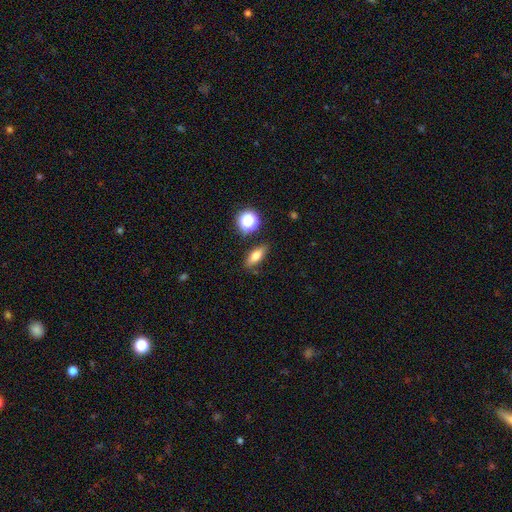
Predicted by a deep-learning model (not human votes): A smooth galaxy with no disk features (72%) that is in between round and cigar-shaped (66%). Merging: none (83%).